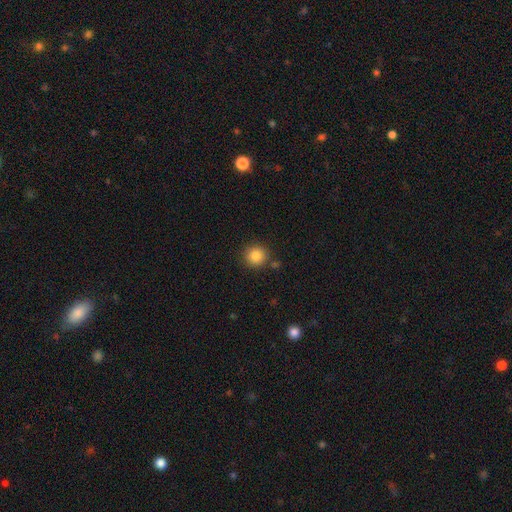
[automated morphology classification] The model was most divided on "merging": none: 84%, minor disturbance: 9%, merger: 5%, major disturbance: 3%. More confident: how rounded — round (92%); smooth or featured — smooth (86%).